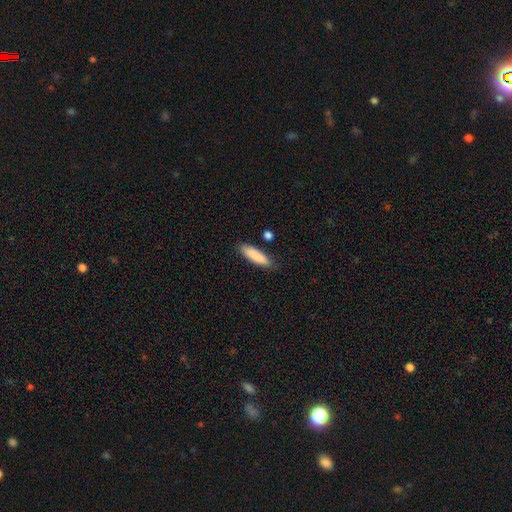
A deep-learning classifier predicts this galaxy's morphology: smooth 87%, featured or disk 7%, star or artifact 6%. Down the decision tree: how rounded — cigar-shaped (64%); merging — none (83%).